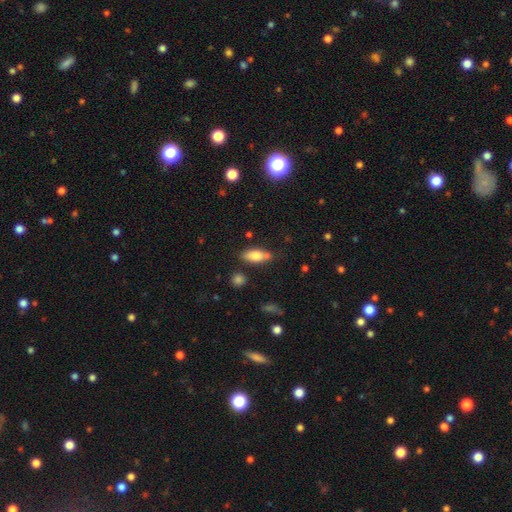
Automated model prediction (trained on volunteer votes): This is likely a smooth galaxy (79%). How rounded: likely in between (78%). Merging: likely none (69%).